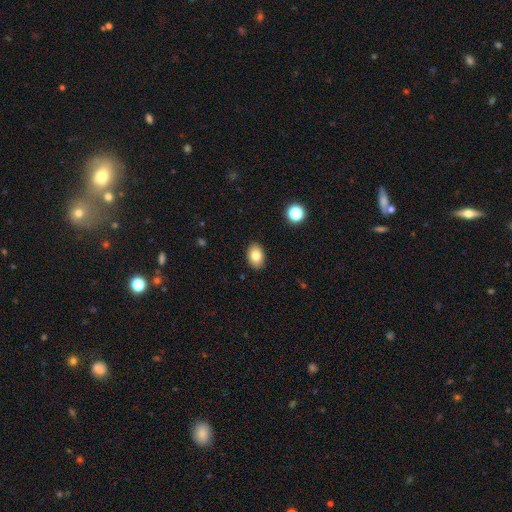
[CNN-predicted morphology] A smooth galaxy with no disk features (82%) that is in between round and cigar-shaped (81%). Merging: none (89%).